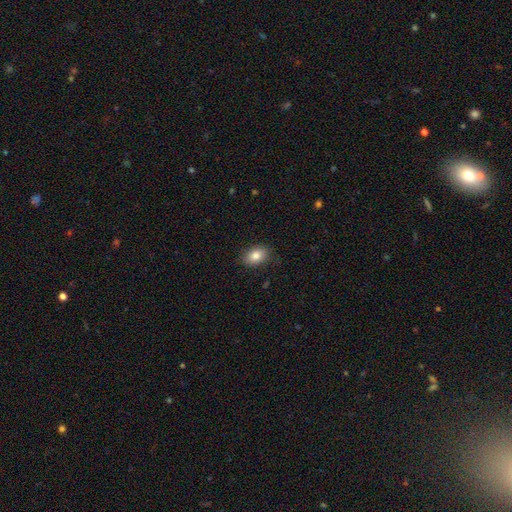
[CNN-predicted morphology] Smooth or featured? smooth (84%)
How rounded? in between (85%)
Merging? none (86%)